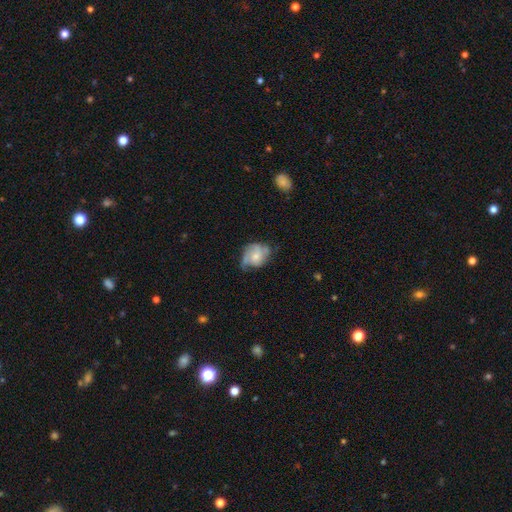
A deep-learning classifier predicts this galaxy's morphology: This appears to be a featured or disk galaxy (61%) with no bar (74%), spiral arms (83%) and a small central bulge (53%). Merging: none (44%).